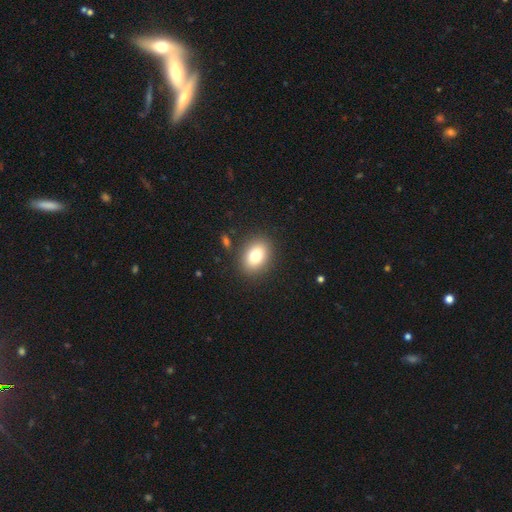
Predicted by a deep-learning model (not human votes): A smooth galaxy with no disk features (78%) that is in between round and cigar-shaped (72%). Merging: none (87%).